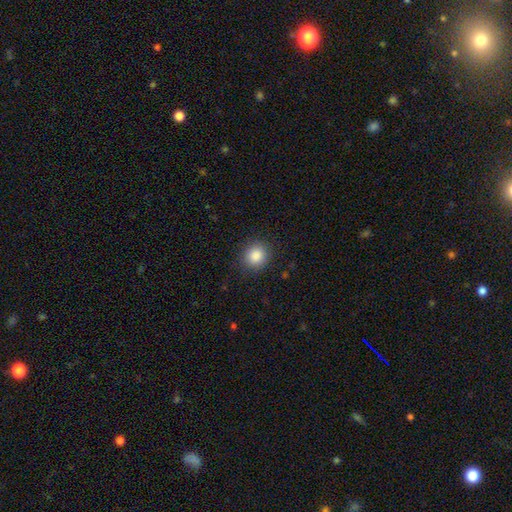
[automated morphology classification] smooth 87%, star or artifact 9%, featured or disk 4%. Down the decision tree: how rounded — round (84%); merging — none (87%).